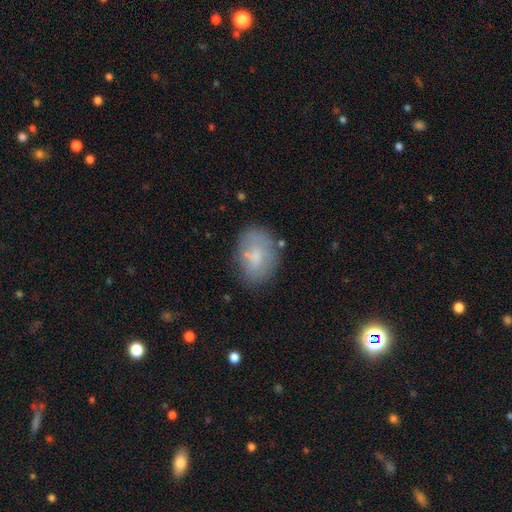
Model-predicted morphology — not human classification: type=smooth (65%); roundness=in between (77%); merging=none (64%).